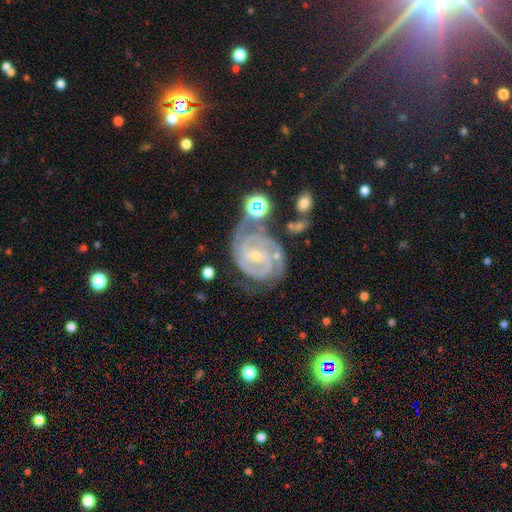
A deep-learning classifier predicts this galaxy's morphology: Overall: featured or disk (90%). Edge-on disk: no (98%). Bar: weak (42%, tied with no). Spiral arms: yes (98%). Spiral arm count: 2 (43%; 3 25%). Spiral winding: tight (68%). Bulge size: small (76%). Merging: none (54%; minor disturbance 23%).